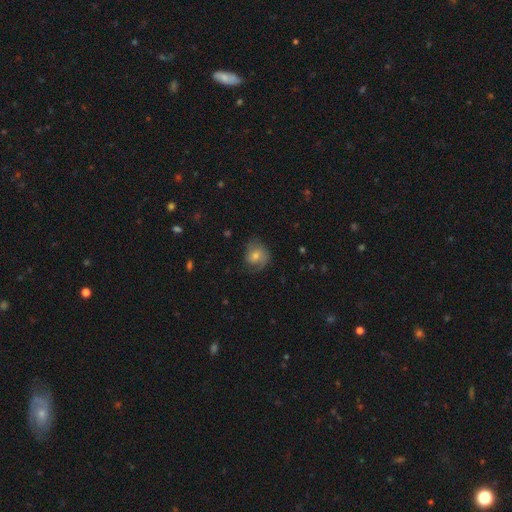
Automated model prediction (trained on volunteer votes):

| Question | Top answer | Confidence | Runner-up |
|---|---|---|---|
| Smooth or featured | featured or disk | 55% | smooth (35%) |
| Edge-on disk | no | 97% | yes (3%) |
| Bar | no | 65% | weak (29%) |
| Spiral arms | yes | 88% | no (12%) |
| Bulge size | moderate | 54% | small (37%) |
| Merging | none | 66% | minor disturbance (22%) |